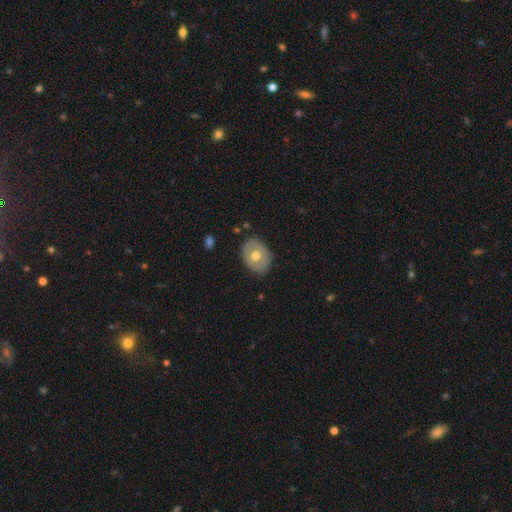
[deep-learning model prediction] A smooth galaxy with no disk features (50%). Merging: none (82%).